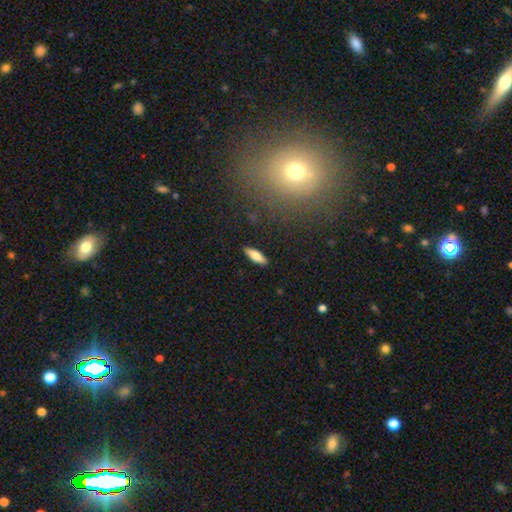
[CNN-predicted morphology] smooth-or-featured: smooth: 76% | featured or disk: 17% | star or artifact: 7%
  how-rounded: in between: 51% | cigar-shaped: 47% | round: 2%
  merging: none: 88% | minor disturbance: 8% | major disturbance: 2% | merger: 1%